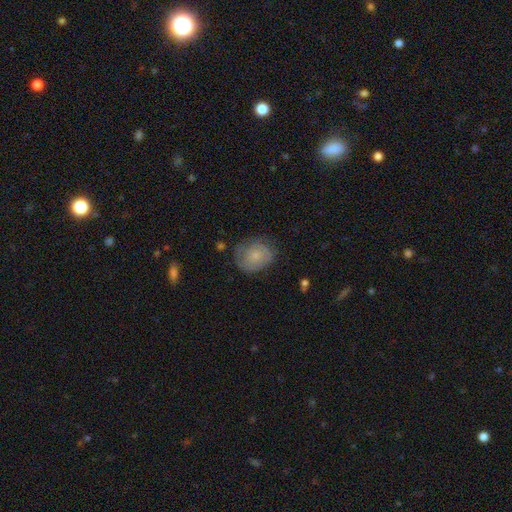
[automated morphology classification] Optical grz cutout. It shows a smooth galaxy with no disk features (66%) that is round (59%). Merging: none (65%).